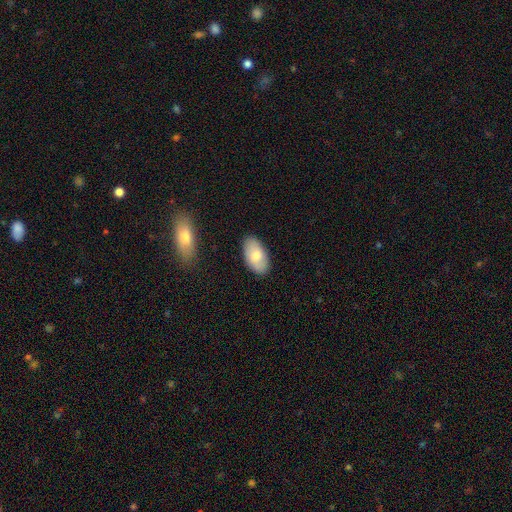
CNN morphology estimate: Q: Smooth or featured?
A: smooth (73%); runner-up: featured or disk (21%)
Q: How rounded?
A: in between (95%); runner-up: round (4%)
Q: Merging?
A: none (85%); runner-up: minor disturbance (11%)